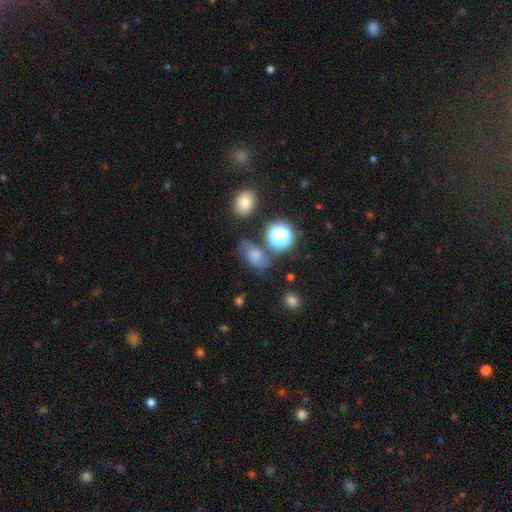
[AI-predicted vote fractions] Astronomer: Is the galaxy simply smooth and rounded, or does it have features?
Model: smooth — 51% (runner-up: featured or disk, 30%).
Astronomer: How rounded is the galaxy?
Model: in between — 70%.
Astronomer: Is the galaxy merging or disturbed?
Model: none — 53%.